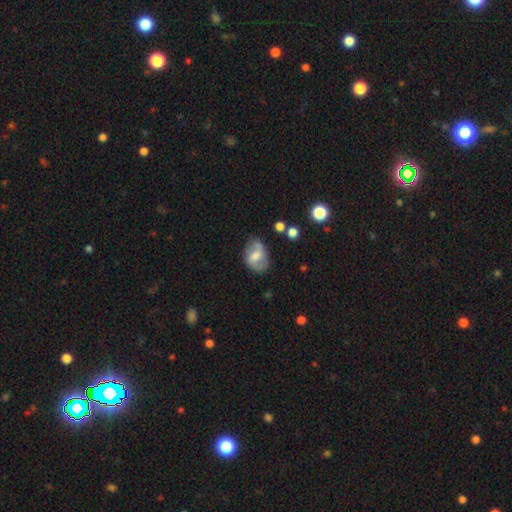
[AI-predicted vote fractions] Smooth or featured? Predicted: smooth (p=0.47). Merging? Predicted: none (p=0.57).